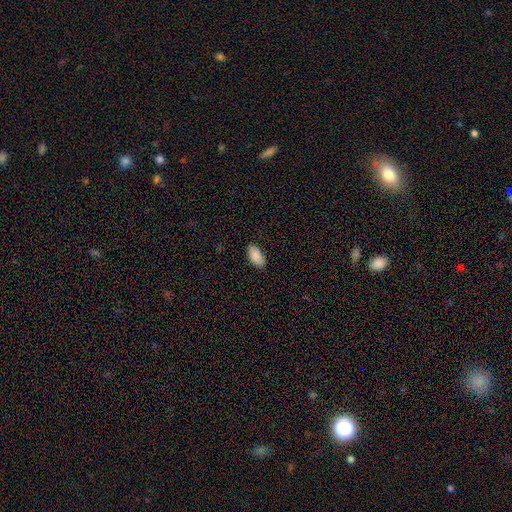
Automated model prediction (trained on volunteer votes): smooth-or-featured: smooth: 89% | star or artifact: 7% | featured or disk: 5%
  how-rounded: in between: 94% | cigar-shaped: 4% | round: 2%
  merging: none: 84% | minor disturbance: 12% | major disturbance: 2% | merger: 1%